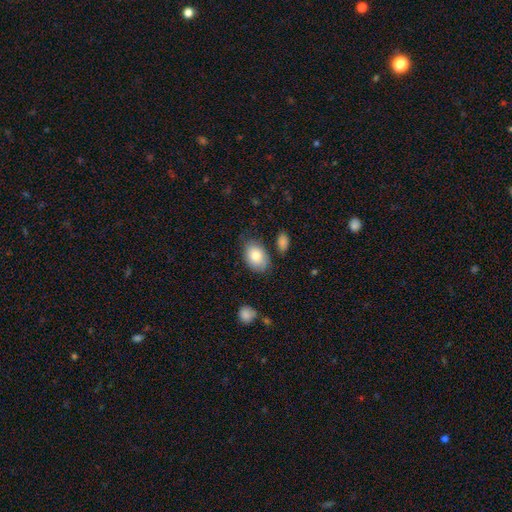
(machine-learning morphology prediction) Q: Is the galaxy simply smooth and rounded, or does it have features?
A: smooth — 79%.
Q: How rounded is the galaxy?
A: in between — 83%.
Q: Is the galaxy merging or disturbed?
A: none — 71%.